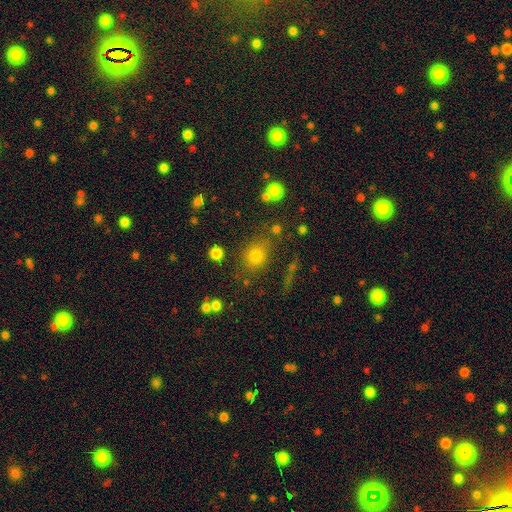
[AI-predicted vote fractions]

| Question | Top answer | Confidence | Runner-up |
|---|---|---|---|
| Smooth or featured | smooth | 73% | star or artifact (17%) |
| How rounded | round | 64% | in between (35%) |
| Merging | none | 75% | minor disturbance (13%) |